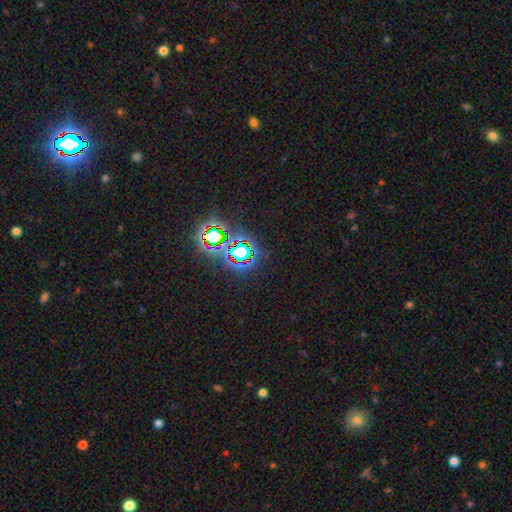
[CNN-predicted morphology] A star or artifact, not a galaxy (76%).